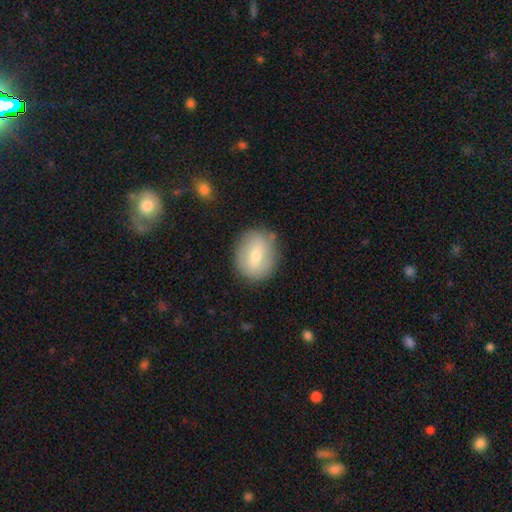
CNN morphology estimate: Smooth or featured? Predicted: smooth (p=0.59). How rounded? Predicted: round (p=0.66). Merging? Predicted: none (p=0.81).